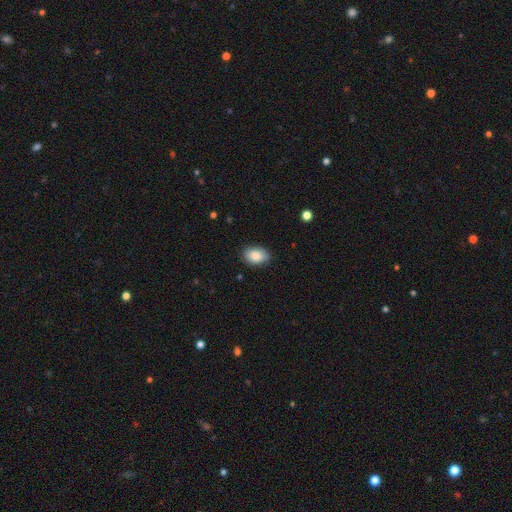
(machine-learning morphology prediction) Overall: smooth (86%). How rounded: in between (85%). Merging: none (84%).